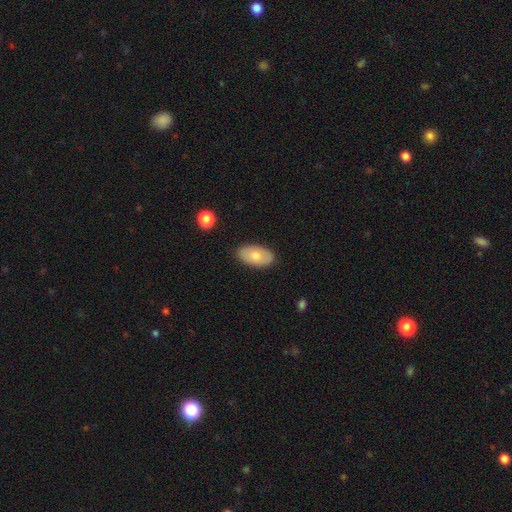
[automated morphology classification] Smooth or featured? smooth (75%)
How rounded? in between (95%)
Merging? none (84%)